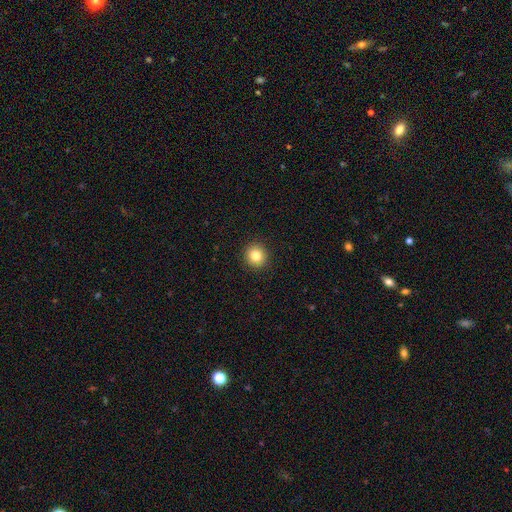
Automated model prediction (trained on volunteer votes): Overall: smooth (83%). How rounded: round (92%). Merging: none (93%).